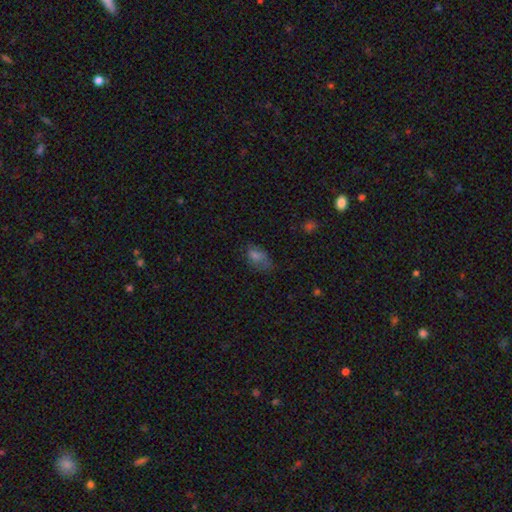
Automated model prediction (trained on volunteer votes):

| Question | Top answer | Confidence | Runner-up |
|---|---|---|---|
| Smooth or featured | smooth | 63% | star or artifact (21%) |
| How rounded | in between | 83% | round (13%) |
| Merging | none | 51% | minor disturbance (31%) |